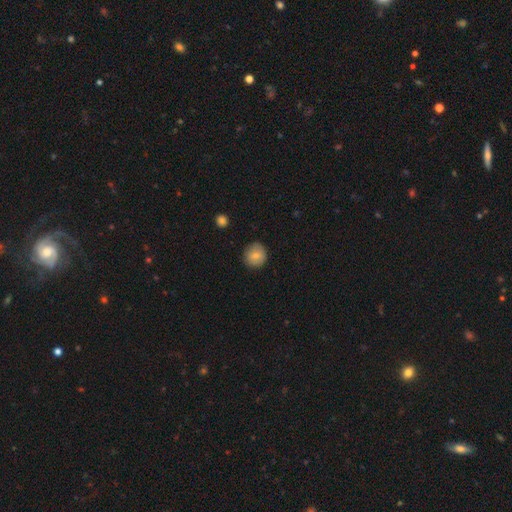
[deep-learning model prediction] smooth_or_featured: smooth (p=0.80) [alt: featured or disk p=0.12]
how_rounded: round (p=0.90) [alt: in between p=0.09]
merging: none (p=0.85) [alt: minor disturbance p=0.11]